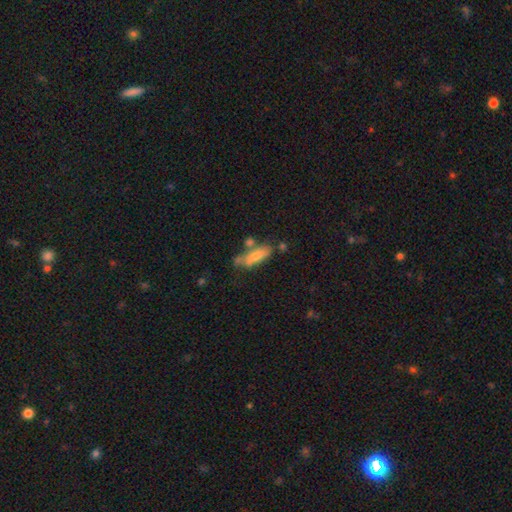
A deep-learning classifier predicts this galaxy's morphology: A smooth galaxy with no disk features (65%) that is in between round and cigar-shaped (51%). Merging: none (47%).